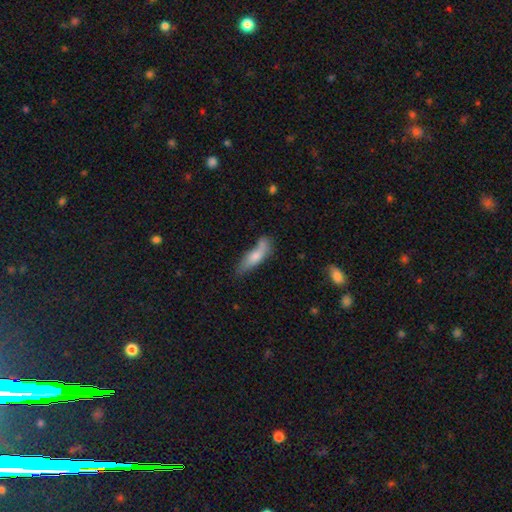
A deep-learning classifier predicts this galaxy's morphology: Smooth or featured? Predicted: smooth (p=0.70). How rounded? Predicted: cigar-shaped (p=0.55). Merging? Predicted: none (p=0.47).